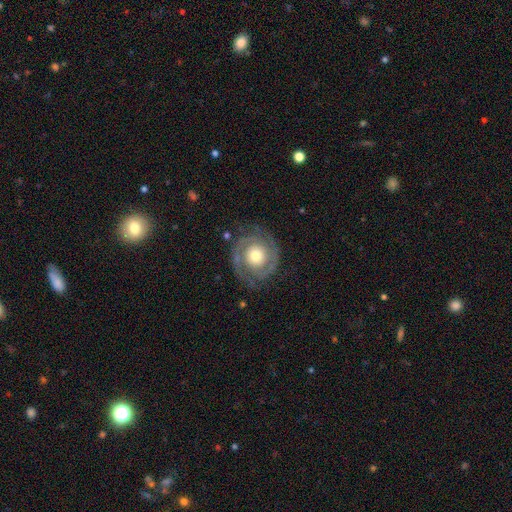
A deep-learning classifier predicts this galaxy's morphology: Overall: featured or disk (85%). Edge-on disk: no (98%). Bar: no (79%). Spiral arms: yes (95%). Spiral arm count: 2 (85%). Spiral winding: tight (65%; medium 29%). Bulge size: moderate (66%). Merging: none (81%).